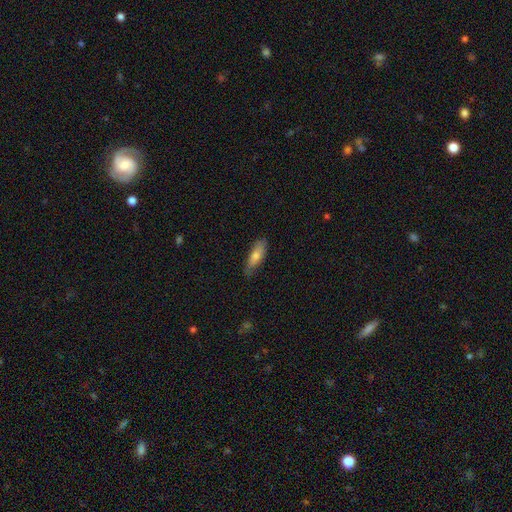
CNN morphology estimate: Smooth or featured? smooth (71%)
How rounded? in between (50%)
Merging? none (76%)